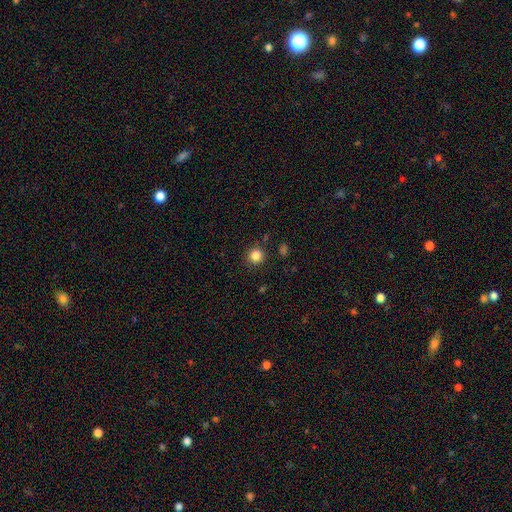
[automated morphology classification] This is clearly a smooth galaxy (84%). How rounded: clearly round (94%). Merging: clearly none (89%).